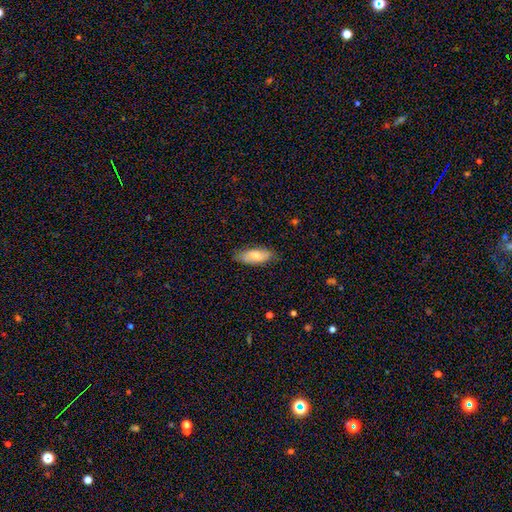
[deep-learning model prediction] A smooth galaxy with no disk features (71%) that is in between round and cigar-shaped (84%).

Vote fractions:
- Smooth or featured? smooth: 71% / featured or disk: 24% / star or artifact: 6%
- How rounded? in between: 84% / cigar-shaped: 14% / round: 2%
- Merging? none: 79% / minor disturbance: 17% / major disturbance: 3% / merger: 1%